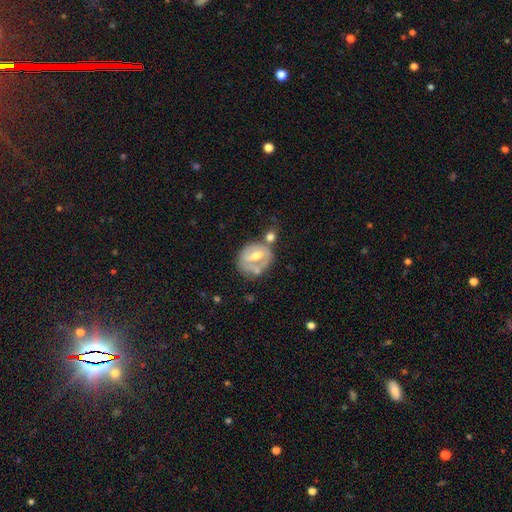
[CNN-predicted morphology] Q: Smooth or featured?
A: featured or disk (60%); runner-up: smooth (34%)
Q: Edge-on disk?
A: no (96%); runner-up: yes (4%)
Q: Bar?
A: weak (42%); runner-up: no (40%)
Q: Spiral arms?
A: no (56%); runner-up: yes (44%)
Q: Bulge size?
A: moderate (68%); runner-up: small (21%)
Q: Merging?
A: none (39%); runner-up: merger (23%)